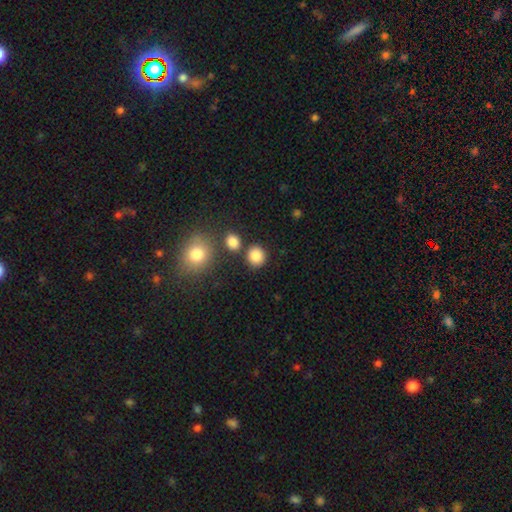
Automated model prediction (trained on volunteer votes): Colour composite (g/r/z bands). It shows a smooth galaxy with no disk features (85%) that is round (85%). Merging: none (80%).